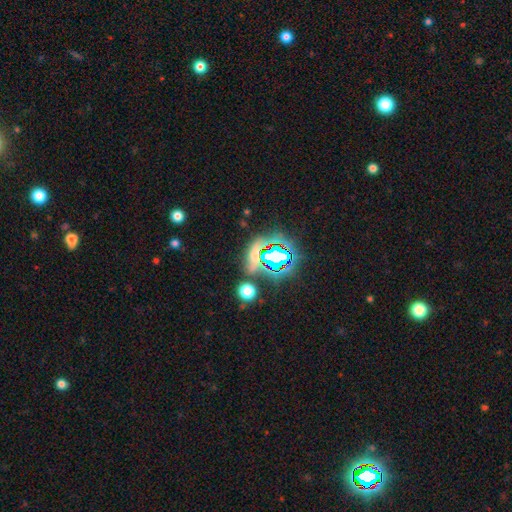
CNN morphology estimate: Smooth or featured? star or artifact (59%)